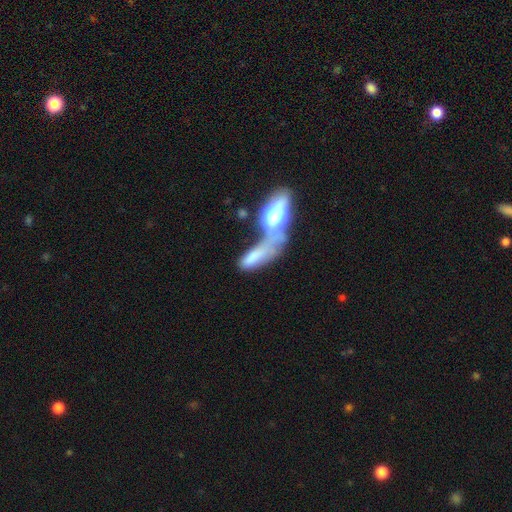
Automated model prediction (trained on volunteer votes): smooth_or_featured: smooth (p=0.58) [alt: featured or disk p=0.27]
how_rounded: in between (p=0.59) [alt: cigar-shaped p=0.35]
merging: merger (p=0.54) [alt: major disturbance p=0.22]